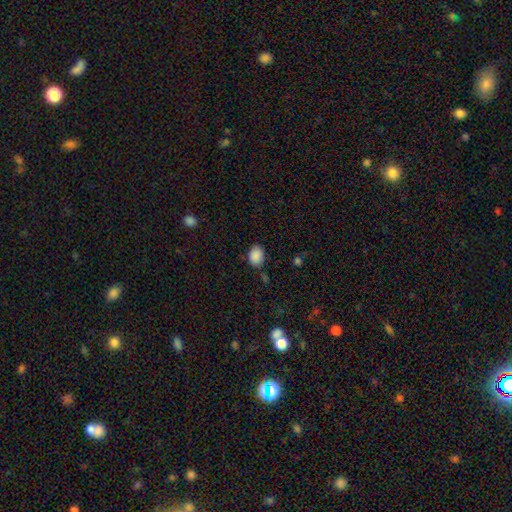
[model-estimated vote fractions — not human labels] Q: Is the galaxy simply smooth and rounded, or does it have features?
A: smooth — 88%.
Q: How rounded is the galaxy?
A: in between — 64%.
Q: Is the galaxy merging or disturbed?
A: none — 79%.